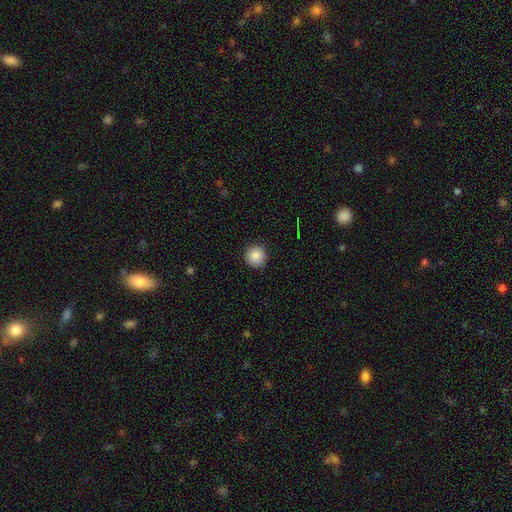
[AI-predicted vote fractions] This is clearly a smooth galaxy (87%). How rounded: clearly round (95%). Merging: clearly none (90%).